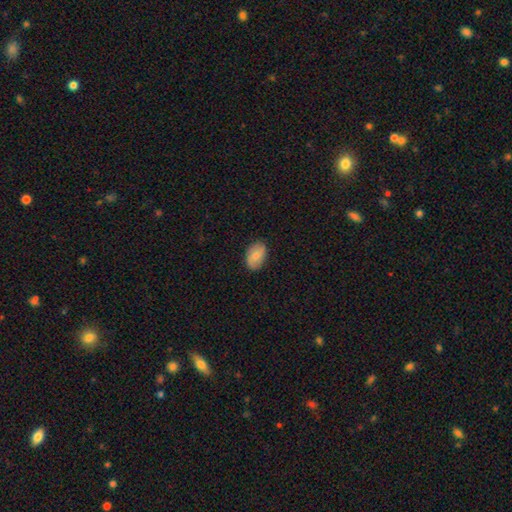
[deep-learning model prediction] Smooth or featured? smooth (74%)
How rounded? in between (88%)
Merging? none (86%)